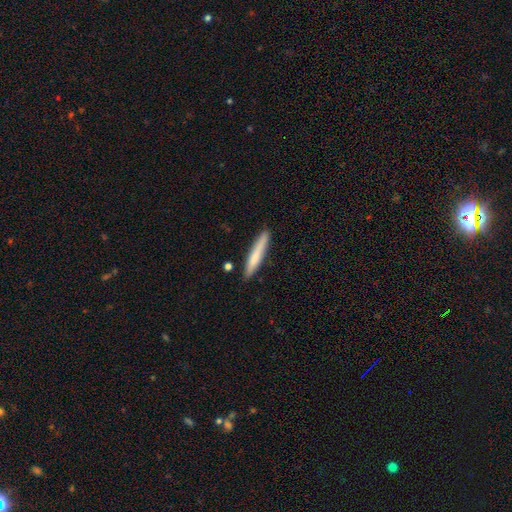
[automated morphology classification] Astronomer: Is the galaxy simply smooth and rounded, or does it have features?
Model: smooth — 73%.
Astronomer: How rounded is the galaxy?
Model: cigar-shaped — 94%.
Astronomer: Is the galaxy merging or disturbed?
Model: none — 86%.